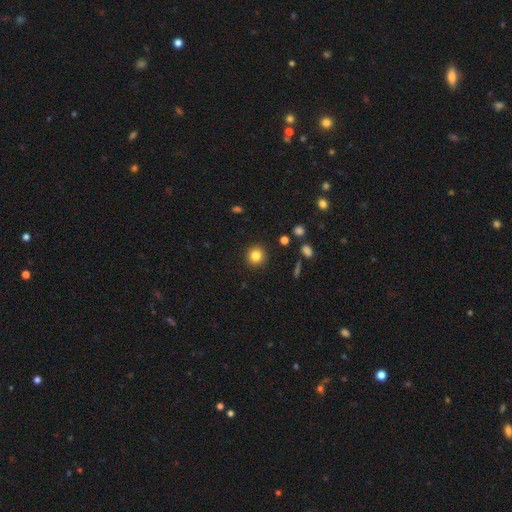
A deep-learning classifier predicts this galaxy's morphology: Smooth or featured? Predicted: smooth (p=0.82). How rounded? Predicted: round (p=0.93). Merging? Predicted: none (p=0.92).